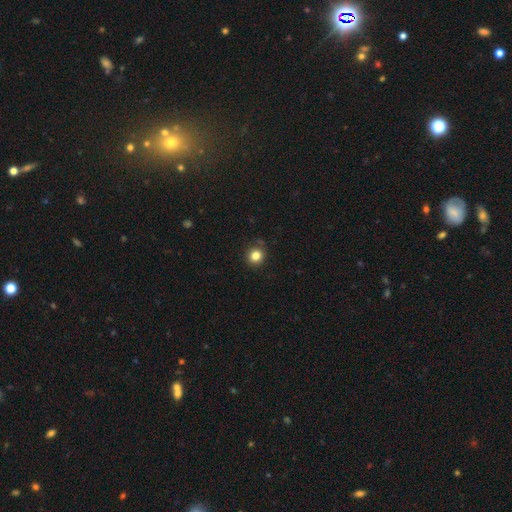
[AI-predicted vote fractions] smooth_or_featured: smooth (p=0.82) [alt: star or artifact p=0.12]
how_rounded: round (p=0.91) [alt: in between p=0.08]
merging: none (p=0.87) [alt: minor disturbance p=0.08]